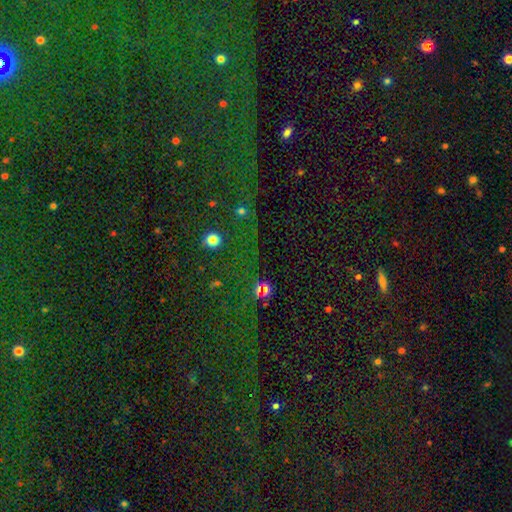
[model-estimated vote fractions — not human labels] A star or artifact, not a galaxy (80%).